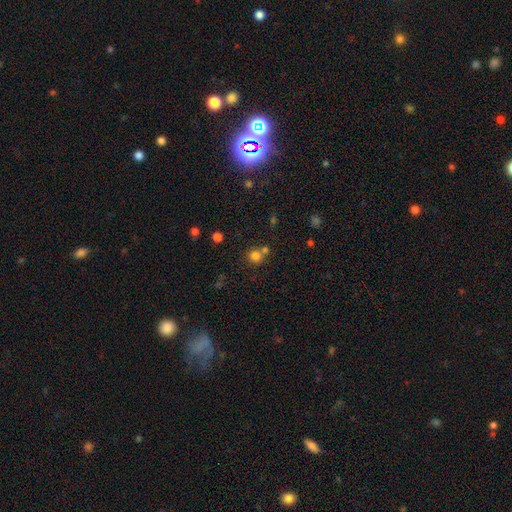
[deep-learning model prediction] smooth-or-featured: smooth: 77% | star or artifact: 15% | featured or disk: 7%
  how-rounded: round: 88% | in between: 11% | cigar-shaped: 1%
  merging: none: 59% | merger: 30% | minor disturbance: 8% | major disturbance: 3%